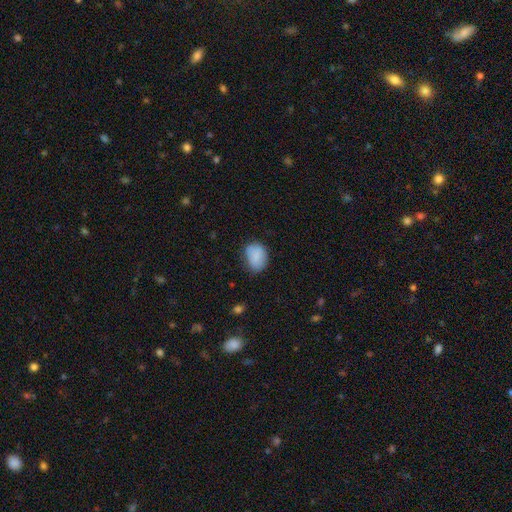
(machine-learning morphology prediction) A smooth galaxy with no disk features (85%) that is in between round and cigar-shaped (69%).

Vote fractions:
- Smooth or featured? smooth: 85% / star or artifact: 8% / featured or disk: 7%
- How rounded? in between: 69% / round: 30% / cigar-shaped: 1%
- Merging? none: 67% / minor disturbance: 26% / major disturbance: 6% / merger: 2%